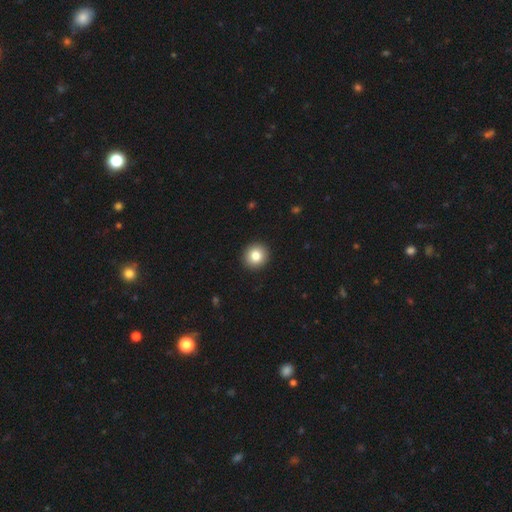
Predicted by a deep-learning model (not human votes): Smooth or featured: smooth — 83% (star or artifact — 9%)
How rounded: round — 91% (in between — 8%)
Merging: none — 93% (minor disturbance — 5%)